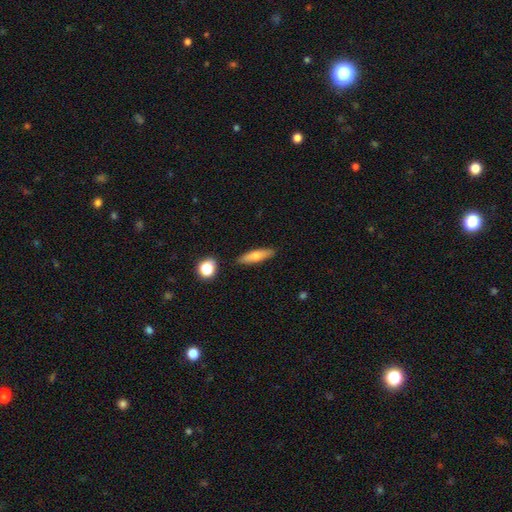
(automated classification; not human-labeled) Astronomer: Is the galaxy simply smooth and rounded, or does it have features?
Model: smooth — 67%.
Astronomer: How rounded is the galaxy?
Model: cigar-shaped — 65%.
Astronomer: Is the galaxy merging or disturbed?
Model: none — 87%.